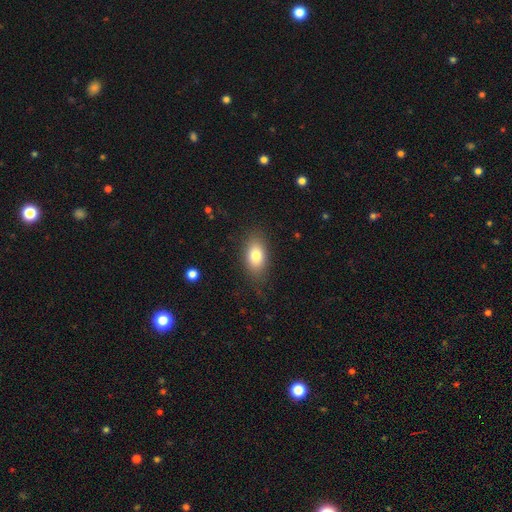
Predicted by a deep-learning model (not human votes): smooth 81%, featured or disk 11%, star or artifact 8%. Down the decision tree: how rounded — in between (88%); merging — none (79%).